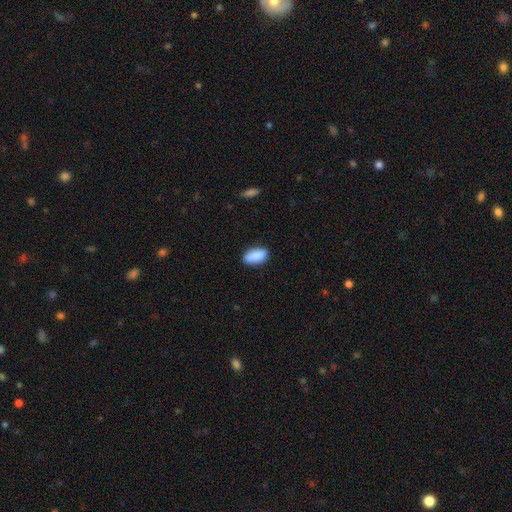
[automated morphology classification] This is clearly a smooth galaxy (89%). How rounded: clearly in between (91%). Merging: clearly none (86%).